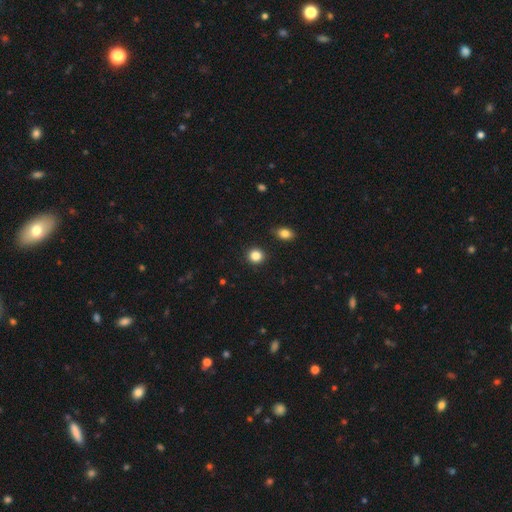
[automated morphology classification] Overall: smooth (85%). How rounded: round (89%). Merging: none (91%).